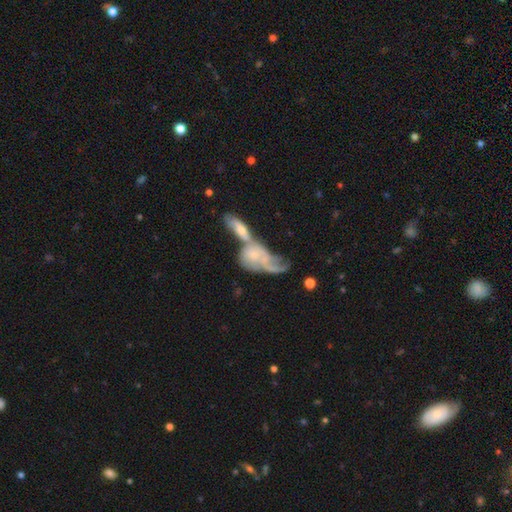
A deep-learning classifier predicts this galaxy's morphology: A featured or disk galaxy (61%) with no bar (75%), spiral arms (72%) and a small central bulge (56%).

Vote fractions:
- Smooth or featured? featured or disk: 61% / smooth: 31% / star or artifact: 8%
- Edge-on disk? no: 91% / yes: 9%
- Bar? no: 75% / weak: 21% / strong: 4%
- Spiral arms? yes: 72% / no: 28%
- Bulge size? small: 56% / moderate: 22% / none: 17% / large: 3% / dominant: 2%
- Merging? merger: 67% / major disturbance: 13% / none: 12% / minor disturbance: 7%